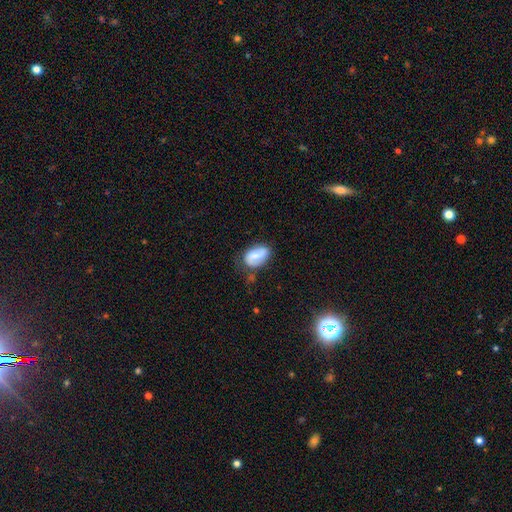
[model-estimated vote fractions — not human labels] Smooth or featured?
  - smooth: 55% *
  - featured or disk: 38%
  - star or artifact: 8%
How rounded?
  - in between: 89% *
  - round: 9%
  - cigar-shaped: 2%
Merging?
  - none: 55% *
  - minor disturbance: 30%
  - major disturbance: 10%
  - merger: 4%